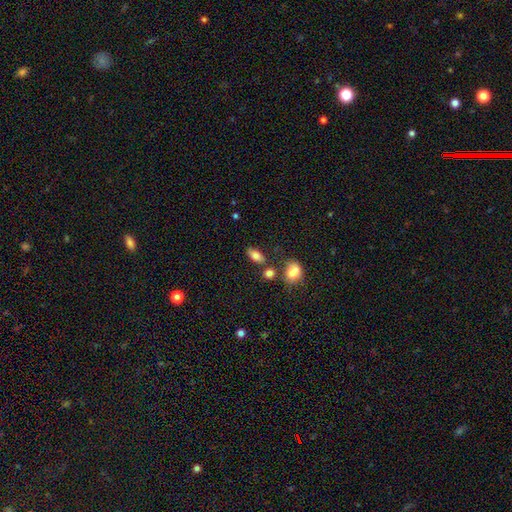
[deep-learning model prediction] smooth_or_featured: smooth (p=0.80) [alt: featured or disk p=0.11]
how_rounded: in between (p=0.85) [alt: cigar-shaped p=0.09]
merging: none (p=0.75) [alt: minor disturbance p=0.12]